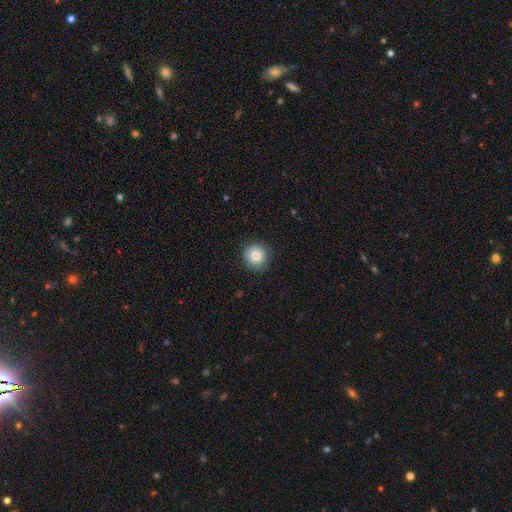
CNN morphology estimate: A smooth galaxy with no disk features (78%) that is round (94%). Merging: none (87%).